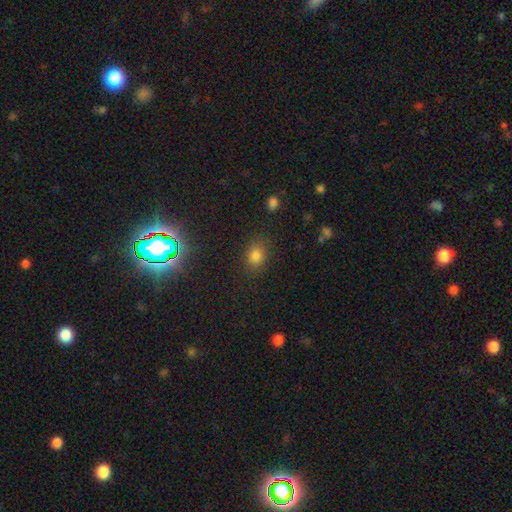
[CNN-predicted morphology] smooth-or-featured: smooth: 77% | star or artifact: 17% | featured or disk: 7%
  how-rounded: round: 50% | in between: 49% | cigar-shaped: 1%
  merging: none: 82% | minor disturbance: 12% | major disturbance: 4% | merger: 2%